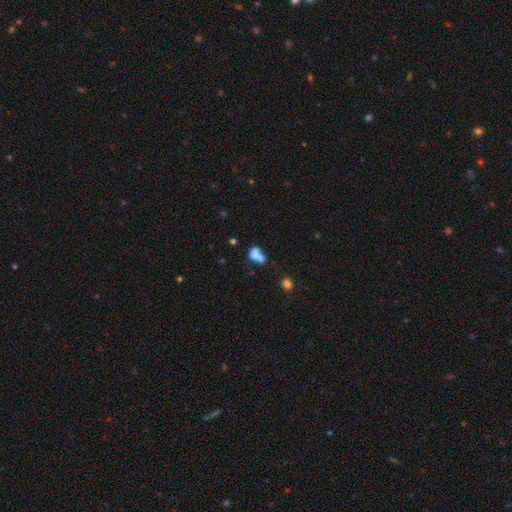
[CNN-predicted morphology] A smooth galaxy with no disk features (66%) that is in between round and cigar-shaped (73%).

Vote fractions:
- Smooth or featured? smooth: 66% / featured or disk: 22% / star or artifact: 12%
- How rounded? in between: 73% / round: 22% / cigar-shaped: 5%
- Merging? merger: 50% / none: 21% / major disturbance: 15% / minor disturbance: 14%